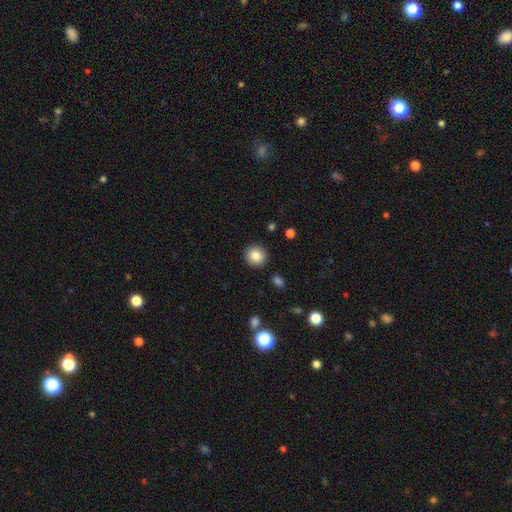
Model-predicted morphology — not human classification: A smooth galaxy with no disk features (84%) that is round (88%).

Vote fractions:
- Smooth or featured? smooth: 84% / star or artifact: 9% / featured or disk: 7%
- How rounded? round: 88% / in between: 11% / cigar-shaped: 1%
- Merging? none: 91% / minor disturbance: 6% / major disturbance: 2% / merger: 1%